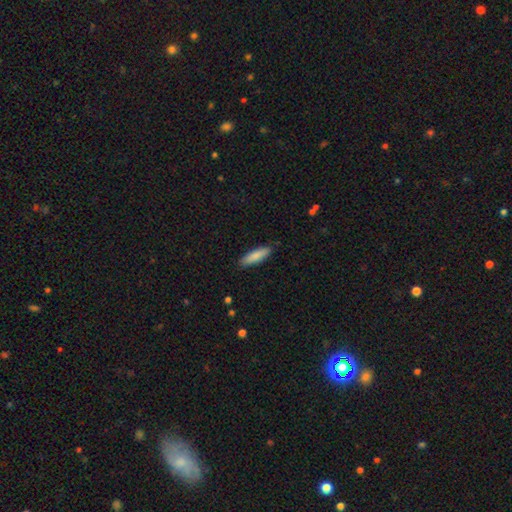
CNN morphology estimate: smooth-or-featured: smooth: 85% | featured or disk: 10% | star or artifact: 6%
  how-rounded: cigar-shaped: 68% | in between: 30% | round: 1%
  merging: none: 87% | minor disturbance: 10% | major disturbance: 2% | merger: 1%